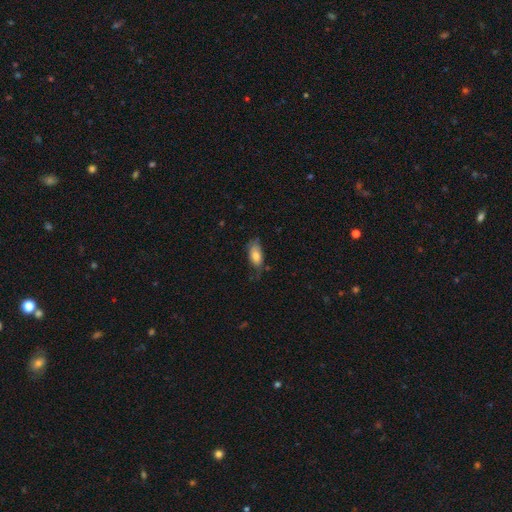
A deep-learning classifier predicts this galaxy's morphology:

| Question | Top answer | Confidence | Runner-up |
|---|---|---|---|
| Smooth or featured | smooth | 73% | featured or disk (20%) |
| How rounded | in between | 90% | cigar-shaped (6%) |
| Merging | none | 52% | minor disturbance (32%) |